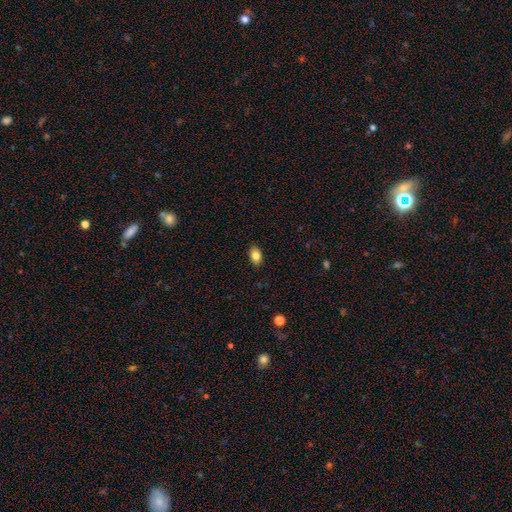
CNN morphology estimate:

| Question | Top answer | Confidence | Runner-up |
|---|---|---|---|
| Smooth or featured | smooth | 83% | star or artifact (9%) |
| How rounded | in between | 85% | round (14%) |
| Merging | none | 88% | minor disturbance (9%) |